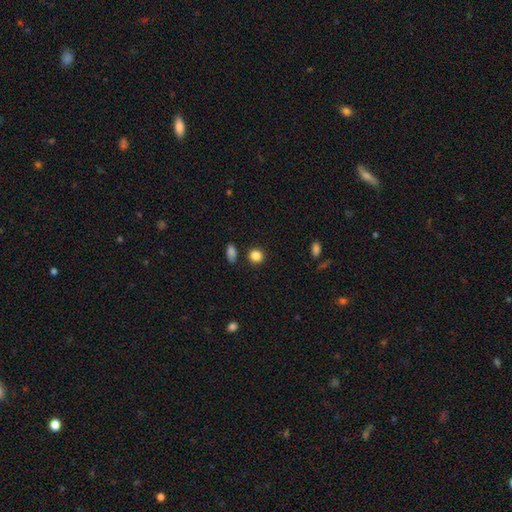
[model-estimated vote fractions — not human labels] smooth_or_featured: smooth (p=0.86) [alt: star or artifact p=0.10]
how_rounded: round (p=0.87) [alt: in between p=0.12]
merging: none (p=0.87) [alt: minor disturbance p=0.07]